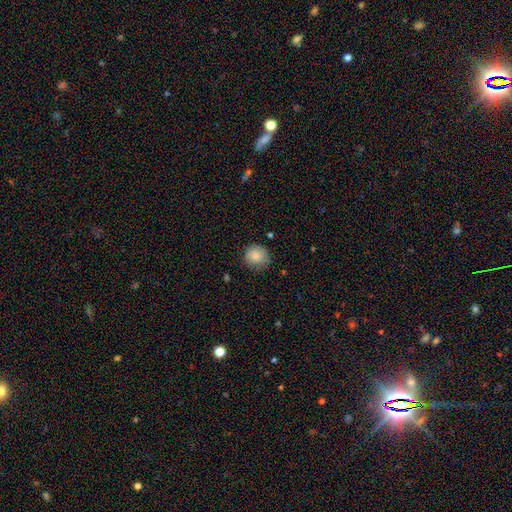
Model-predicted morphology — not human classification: Smooth or featured?
  - smooth: 86% *
  - star or artifact: 8%
  - featured or disk: 6%
How rounded?
  - round: 88% *
  - in between: 11%
  - cigar-shaped: 1%
Merging?
  - none: 78% *
  - minor disturbance: 17%
  - major disturbance: 4%
  - merger: 1%